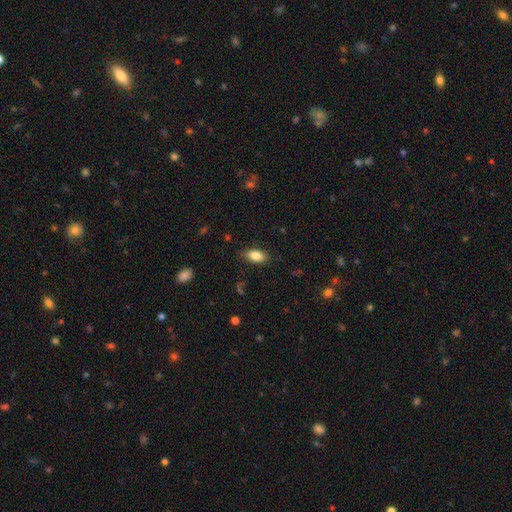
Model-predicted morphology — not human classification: The model was most divided on "merging": none: 84%, minor disturbance: 12%, major disturbance: 3%, merger: 1%. More confident: how rounded — in between (88%); smooth or featured — smooth (82%).